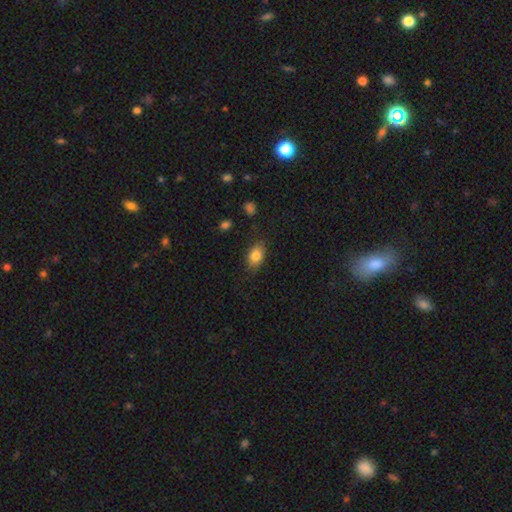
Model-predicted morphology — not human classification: Q: Smooth or featured?
A: smooth (82%); runner-up: featured or disk (10%)
Q: How rounded?
A: in between (83%); runner-up: round (14%)
Q: Merging?
A: none (74%); runner-up: minor disturbance (19%)